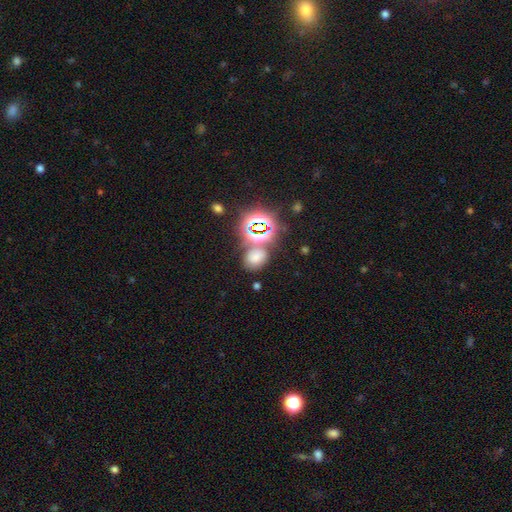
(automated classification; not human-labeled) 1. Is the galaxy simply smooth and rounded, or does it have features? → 51% star or artifact, 39% smooth, 10% featured or disk.